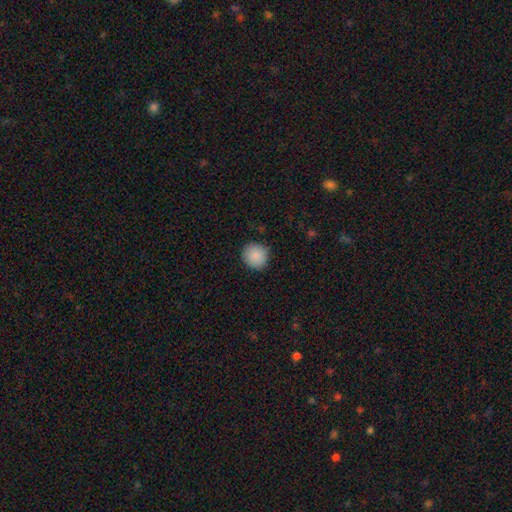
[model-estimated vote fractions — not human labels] A smooth galaxy with no disk features (88%) that is round (93%). Merging: none (88%).